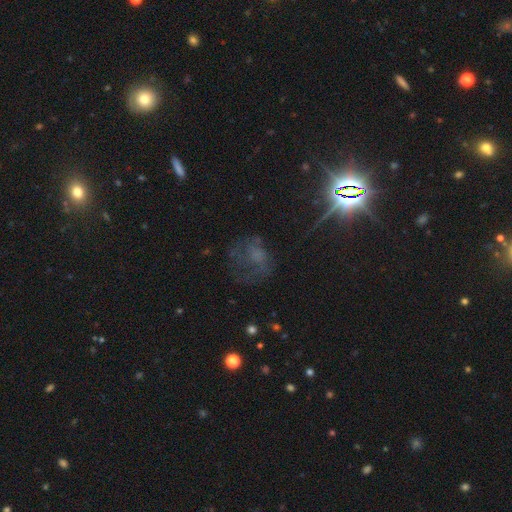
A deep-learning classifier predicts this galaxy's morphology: A star or artifact, not a galaxy (37%).

Vote fractions:
- Smooth or featured? star or artifact: 37% / featured or disk: 35% / smooth: 28%